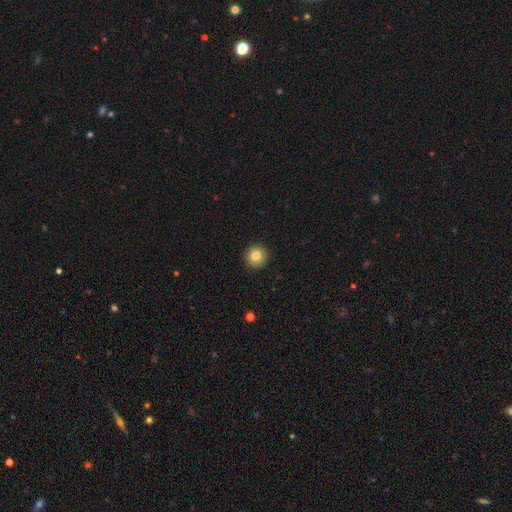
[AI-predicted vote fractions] A smooth galaxy with no disk features (82%) that is round (95%). Merging: none (93%).